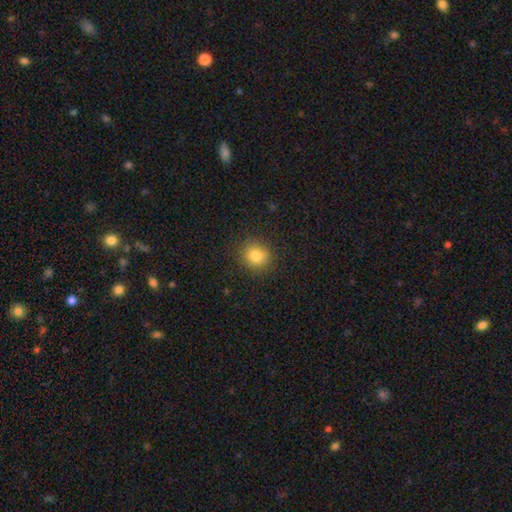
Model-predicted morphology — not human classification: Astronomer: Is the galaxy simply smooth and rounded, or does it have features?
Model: smooth — 82%.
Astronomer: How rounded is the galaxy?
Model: round — 80%.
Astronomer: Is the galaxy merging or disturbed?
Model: none — 88%.